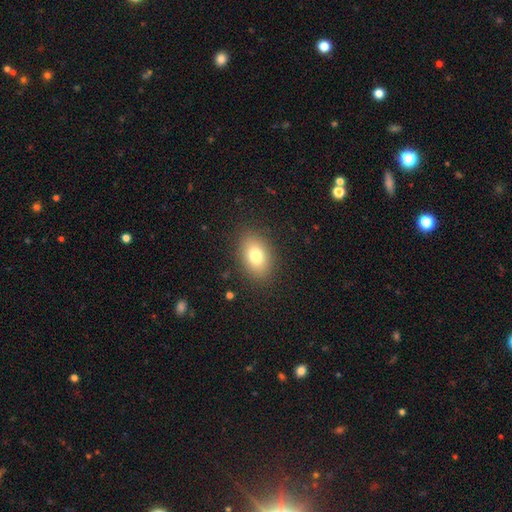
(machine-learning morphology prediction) type=smooth (78%); roundness=in between (82%); merging=none (87%).